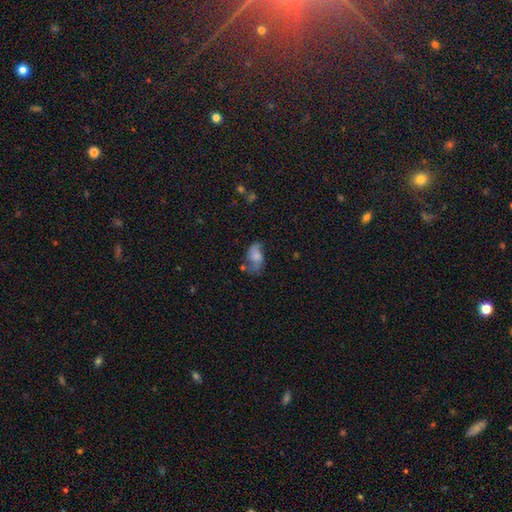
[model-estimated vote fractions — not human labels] Q: Smooth or featured?
A: featured or disk (54%); runner-up: smooth (36%)
Q: Edge-on disk?
A: no (96%); runner-up: yes (4%)
Q: Bar?
A: no (63%); runner-up: weak (30%)
Q: Spiral arms?
A: yes (82%); runner-up: no (18%)
Q: Bulge size?
A: moderate (28%); runner-up: none (27%)
Q: Merging?
A: none (46%); runner-up: minor disturbance (27%)